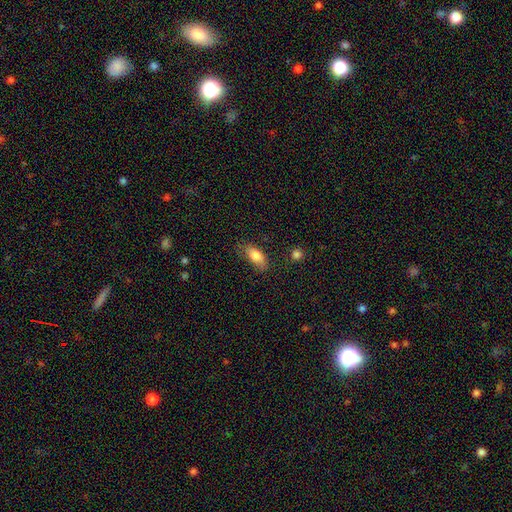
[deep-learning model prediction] A smooth galaxy with no disk features (80%) that is in between round and cigar-shaped (81%). Merging: none (66%).